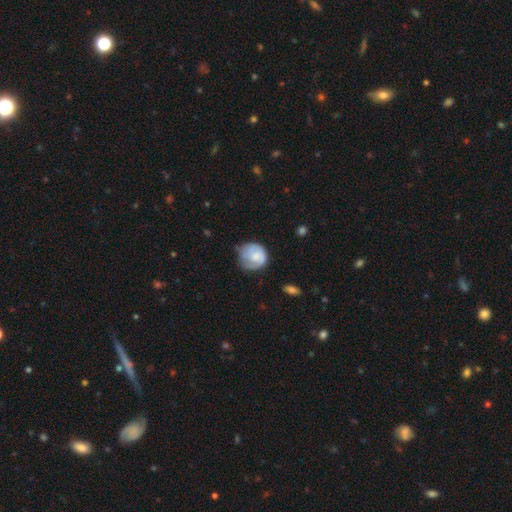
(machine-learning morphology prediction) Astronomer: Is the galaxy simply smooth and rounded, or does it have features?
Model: smooth — 53% (runner-up: featured or disk, 40%).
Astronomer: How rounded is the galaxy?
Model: round — 79%.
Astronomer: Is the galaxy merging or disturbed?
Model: none — 51% (runner-up: minor disturbance, 33%).